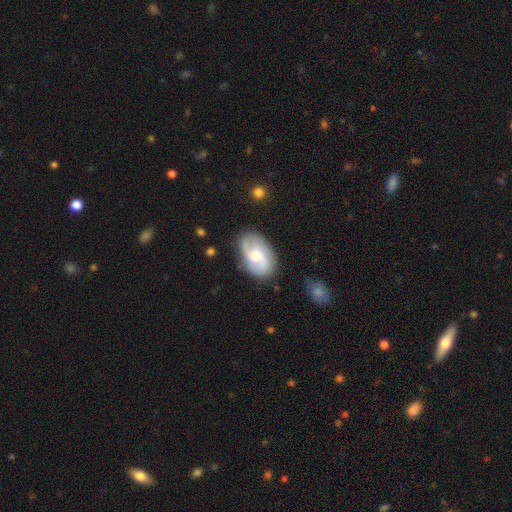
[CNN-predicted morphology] This is likely a featured or disk galaxy (70%). It is clearly not viewed edge-on (96%). Bar: possibly no (51%). Spiral arm pattern: clearly yes (91%). Spiral arm count: clearly 2 (80%). Spiral winding: marginally medium (42%). Central bulge: possibly moderate (58%). Merging: likely none (79%).